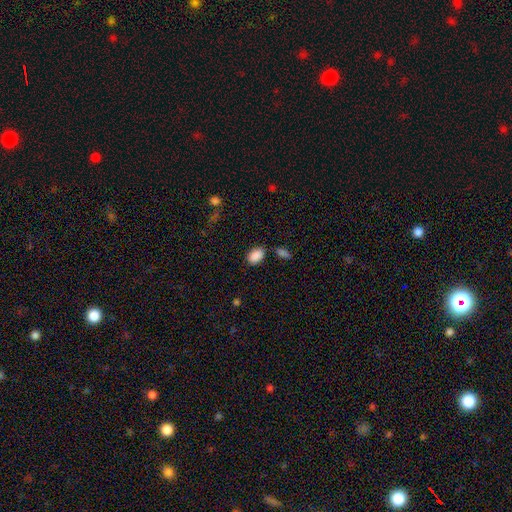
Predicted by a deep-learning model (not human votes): Q: Smooth or featured?
A: smooth (88%); runner-up: star or artifact (8%)
Q: How rounded?
A: in between (89%); runner-up: round (9%)
Q: Merging?
A: none (76%); runner-up: minor disturbance (13%)